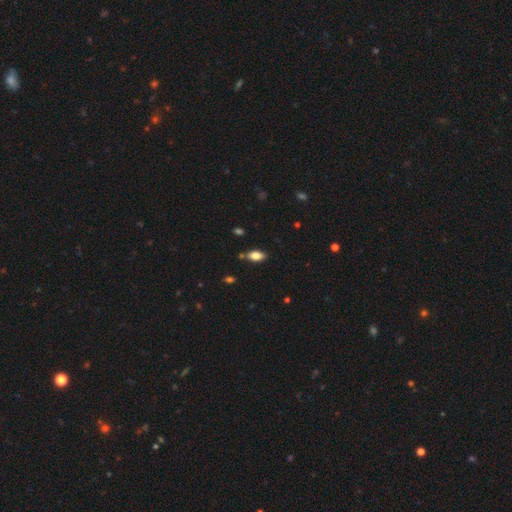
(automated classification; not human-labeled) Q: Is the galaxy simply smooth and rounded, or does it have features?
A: smooth — 80%.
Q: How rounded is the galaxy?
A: in between — 90%.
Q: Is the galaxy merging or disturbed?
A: none — 80%.